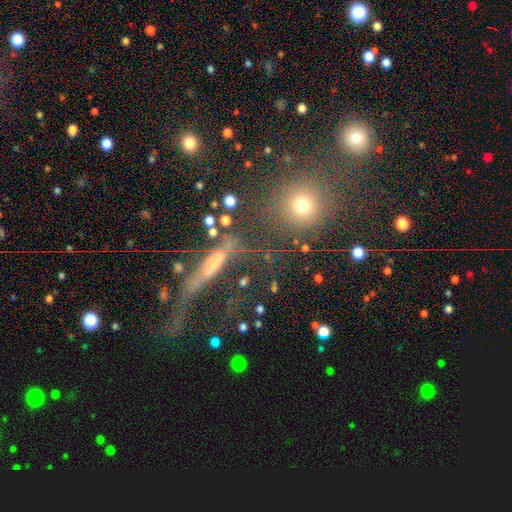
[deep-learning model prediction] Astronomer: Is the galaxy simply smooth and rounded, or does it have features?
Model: featured or disk — 39% (runner-up: star or artifact, 35%).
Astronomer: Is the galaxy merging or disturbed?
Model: none — 64%.